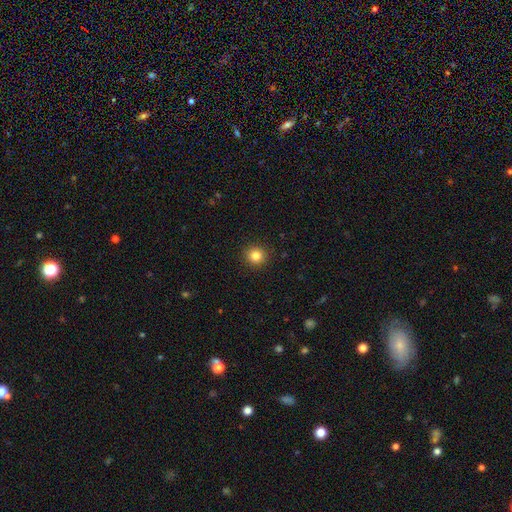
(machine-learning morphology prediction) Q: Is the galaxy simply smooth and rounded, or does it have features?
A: smooth — 84%.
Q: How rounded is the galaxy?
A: round — 93%.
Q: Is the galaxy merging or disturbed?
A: none — 92%.